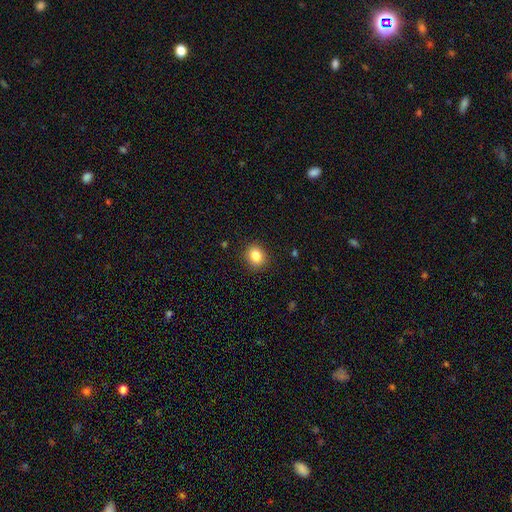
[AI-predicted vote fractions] This appears to be a smooth galaxy with no disk features (85%) that is round (65%). Merging: none (89%).